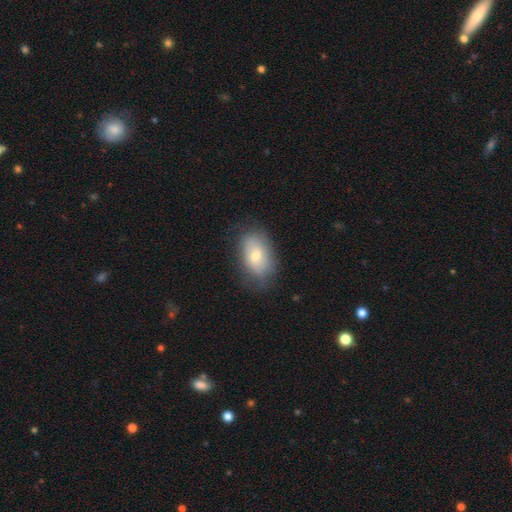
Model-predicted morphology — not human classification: This appears to be a smooth galaxy with no disk features (71%) that is in between round and cigar-shaped (90%). Merging: none (74%).